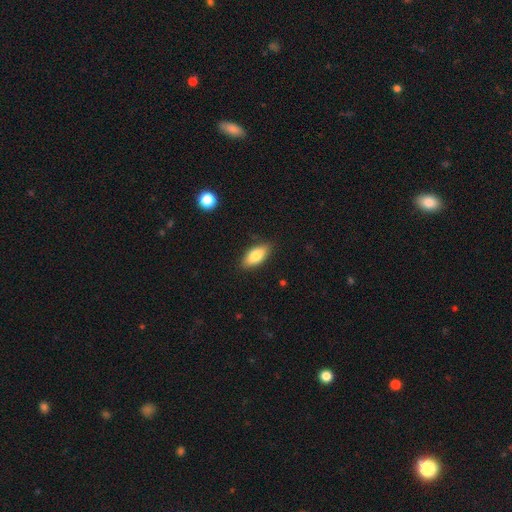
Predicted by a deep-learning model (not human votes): This is likely a smooth galaxy (80%). How rounded: clearly in between (85%). Merging: clearly none (86%).